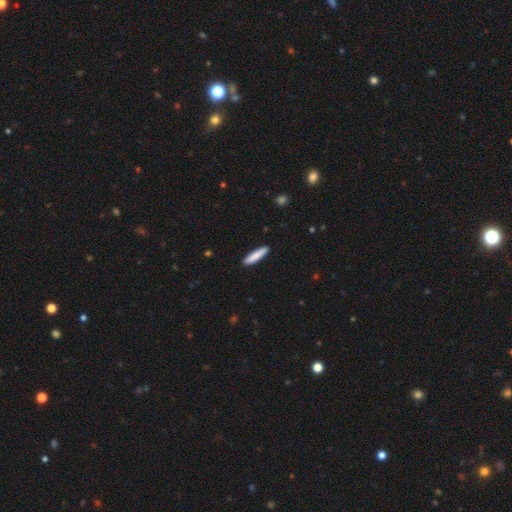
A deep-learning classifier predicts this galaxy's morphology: smooth 84%, featured or disk 10%, star or artifact 5%. Down the decision tree: how rounded — cigar-shaped (87%); merging — none (90%).